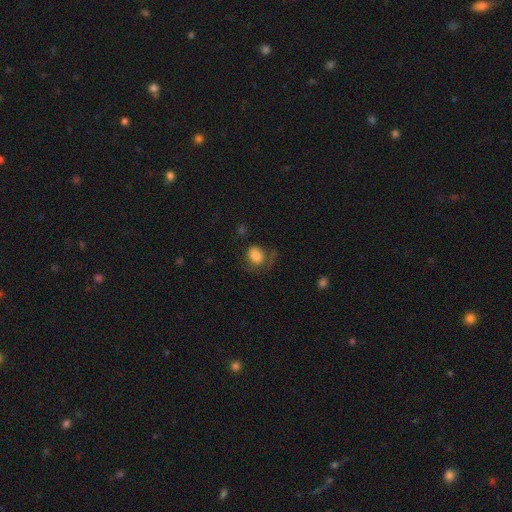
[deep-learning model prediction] Morphology: type=smooth (79%); roundness=in between (64%); merging=none (44%).